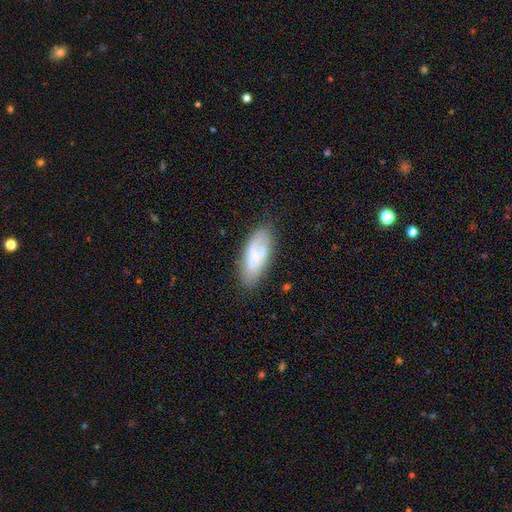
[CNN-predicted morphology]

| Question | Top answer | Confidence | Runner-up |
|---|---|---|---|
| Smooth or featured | featured or disk | 50% | smooth (42%) |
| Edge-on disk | no | 88% | yes (12%) |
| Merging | none | 74% | minor disturbance (18%) |